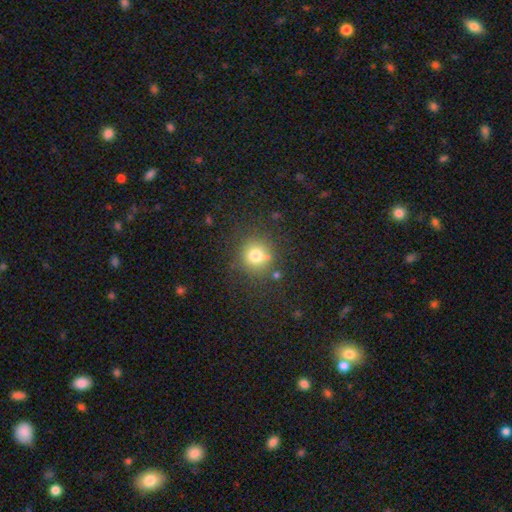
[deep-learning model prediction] The model was most divided on "smooth or featured": smooth: 74%, star or artifact: 16%, featured or disk: 10%. More confident: how rounded — round (88%); merging — none (76%).